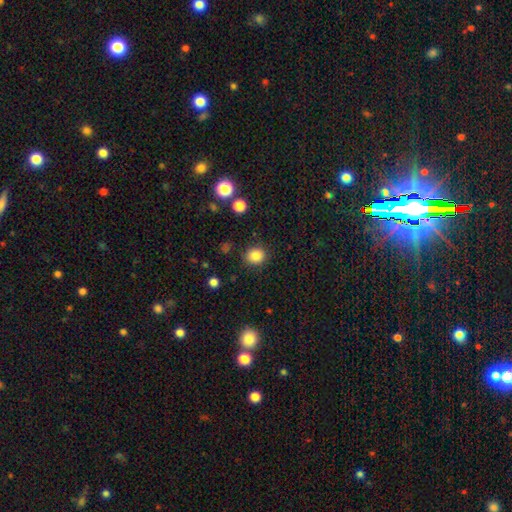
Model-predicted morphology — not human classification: Smooth or featured?
  - smooth: 84% *
  - star or artifact: 11%
  - featured or disk: 5%
How rounded?
  - round: 77% *
  - in between: 22%
  - cigar-shaped: 1%
Merging?
  - none: 86% *
  - minor disturbance: 9%
  - major disturbance: 3%
  - merger: 2%